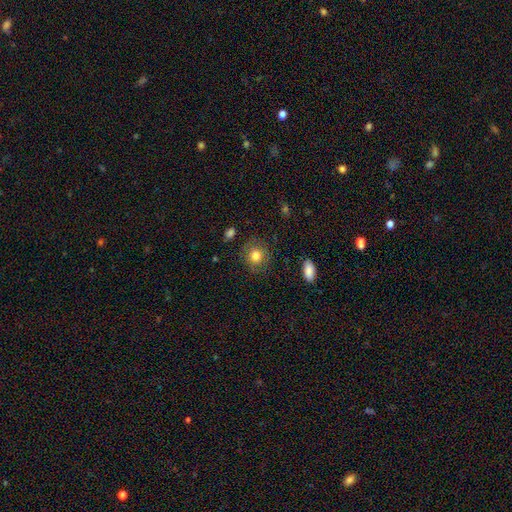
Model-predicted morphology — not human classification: smooth-or-featured: smooth: 78% | featured or disk: 12% | star or artifact: 10%
  how-rounded: round: 84% | in between: 15% | cigar-shaped: 1%
  merging: none: 82% | minor disturbance: 13% | major disturbance: 4% | merger: 1%